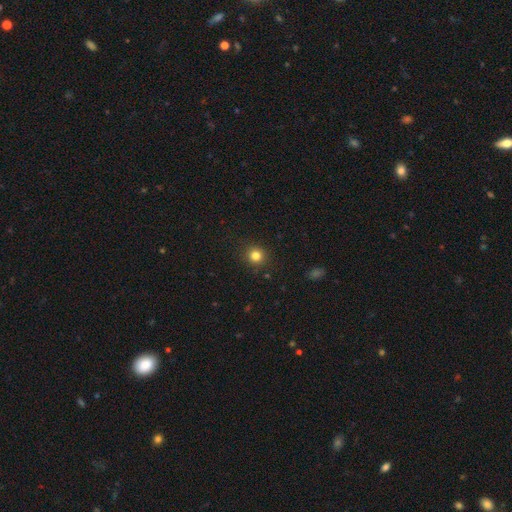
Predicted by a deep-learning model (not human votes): A smooth galaxy with no disk features (82%) that is round (91%). Merging: none (91%).